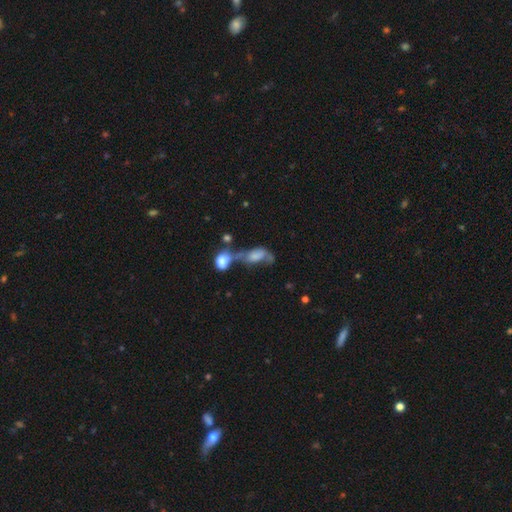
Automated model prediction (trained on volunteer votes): A smooth galaxy with no disk features (55%) that is in between round and cigar-shaped (85%). Merging: merger (53%).